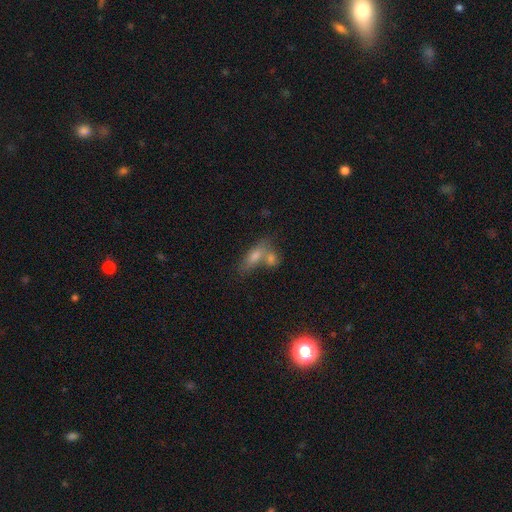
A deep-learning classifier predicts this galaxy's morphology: Overall: smooth (60%; featured or disk 23%). How rounded: in between (65%; cigar-shaped 26%). Merging: merger (42%; none 41%).